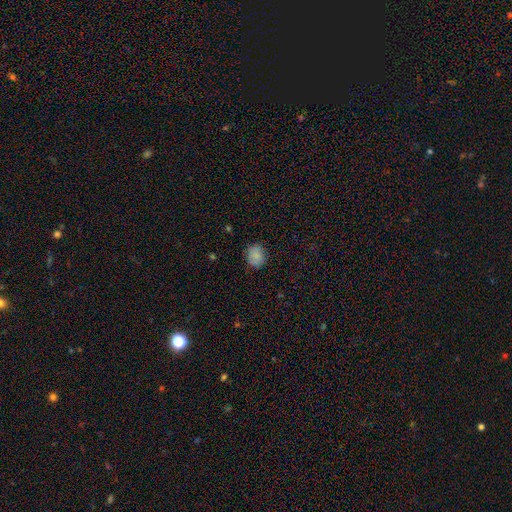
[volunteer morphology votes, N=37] This is clearly a smooth galaxy (86%). How rounded: likely round (75%). Merging: likely none (74%).